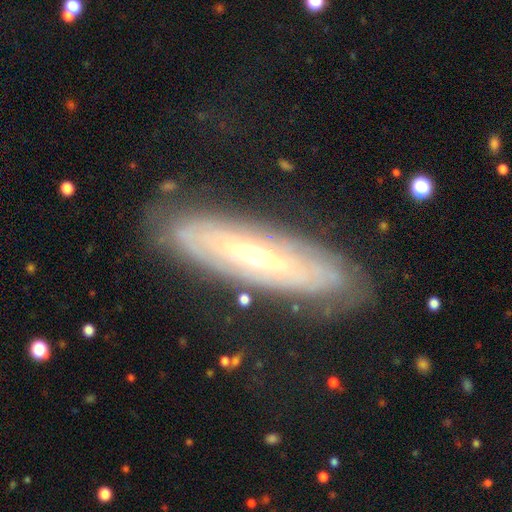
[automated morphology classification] Smooth or featured? Predicted: featured or disk (p=0.77). Edge-on disk? Predicted: no (p=0.64). Merging? Predicted: none (p=0.79).